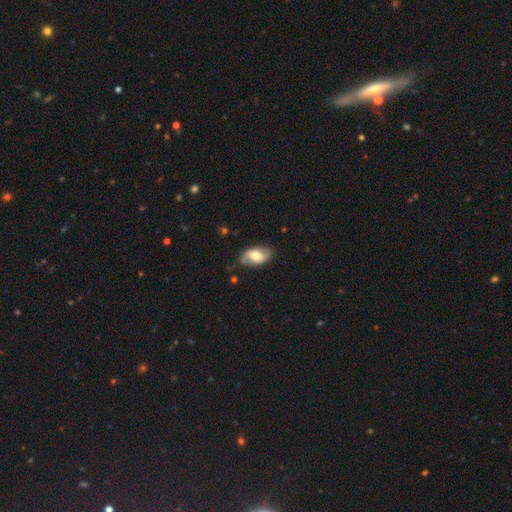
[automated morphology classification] The model was most divided on "smooth or featured": featured or disk: 47%, smooth: 46%, star or artifact: 7%. More confident: merging — none (77%).